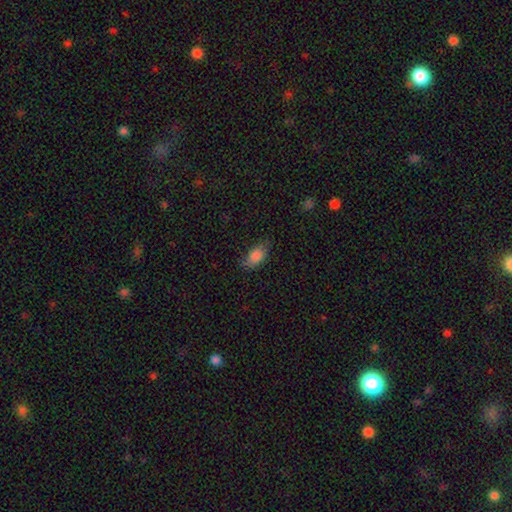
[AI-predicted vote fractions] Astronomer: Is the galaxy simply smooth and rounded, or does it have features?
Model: smooth — 83%.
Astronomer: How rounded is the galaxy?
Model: in between — 90%.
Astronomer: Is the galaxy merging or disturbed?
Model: none — 67%.